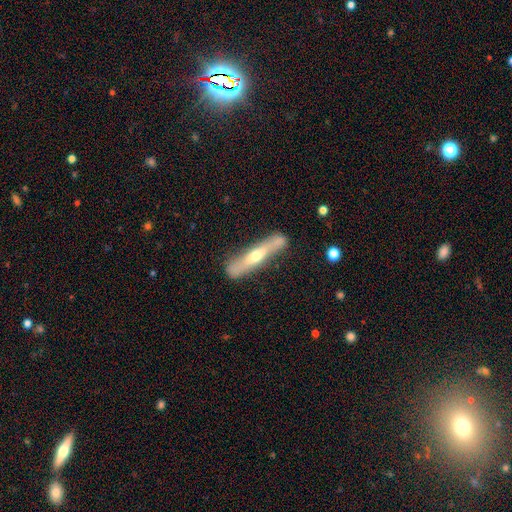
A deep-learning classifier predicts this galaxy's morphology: A featured or disk galaxy (57%) viewed edge-on (84%). Merging: none (72%).